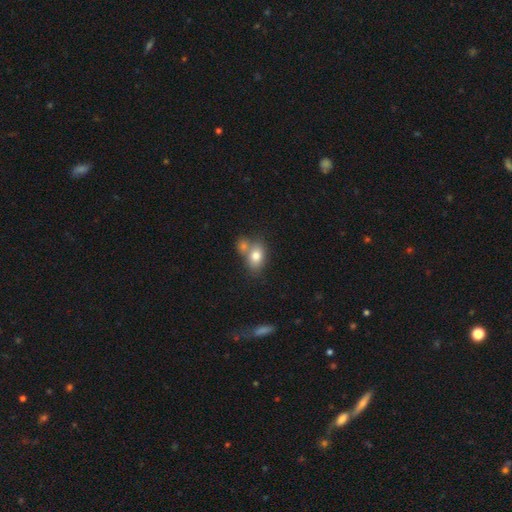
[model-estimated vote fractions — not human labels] Smooth or featured? Predicted: smooth (p=0.78). How rounded? Predicted: in between (p=0.75). Merging? Predicted: merger (p=0.42, tied with none).